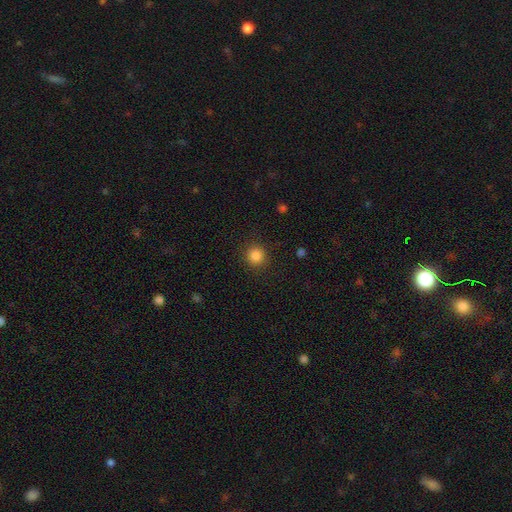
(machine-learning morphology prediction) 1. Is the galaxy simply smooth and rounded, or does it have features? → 86% smooth, 11% star or artifact, 3% featured or disk.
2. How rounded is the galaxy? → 93% round, 6% in between, 1% cigar-shaped.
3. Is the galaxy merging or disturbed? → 90% none, 6% minor disturbance, 3% major disturbance, 1% merger.